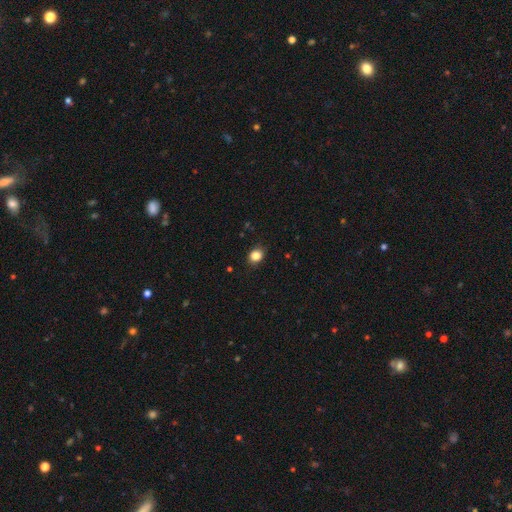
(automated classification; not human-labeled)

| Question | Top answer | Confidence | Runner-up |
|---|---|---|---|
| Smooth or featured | smooth | 85% | star or artifact (11%) |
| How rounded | round | 58% | in between (41%) |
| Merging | none | 85% | minor disturbance (12%) |